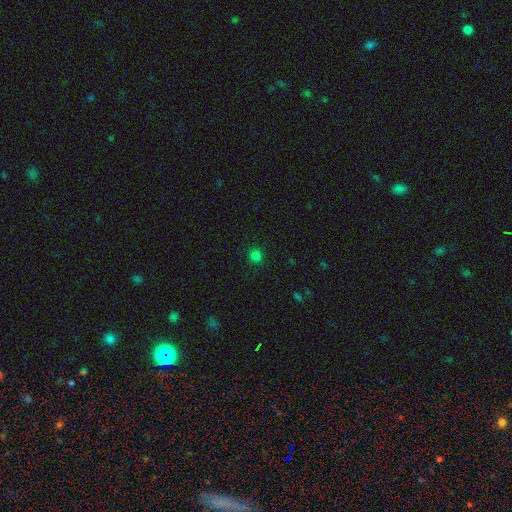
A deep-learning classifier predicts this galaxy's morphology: A smooth galaxy with no disk features (79%) that is round (93%).

Vote fractions:
- Smooth or featured? smooth: 79% / star or artifact: 17% / featured or disk: 3%
- How rounded? round: 93% / in between: 6% / cigar-shaped: 1%
- Merging? none: 91% / minor disturbance: 6% / major disturbance: 2% / merger: 1%